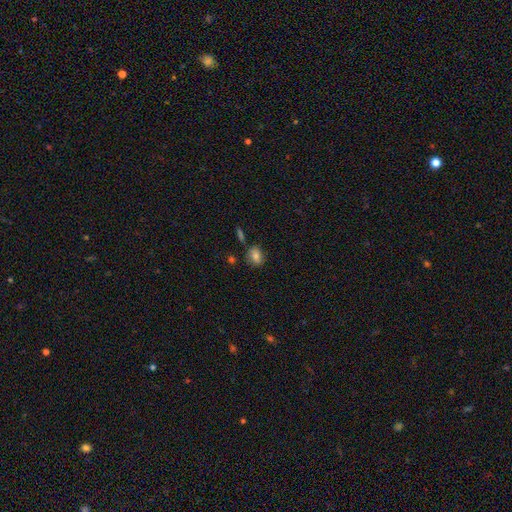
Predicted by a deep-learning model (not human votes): smooth_or_featured: smooth (p=0.77) [alt: featured or disk p=0.12]
how_rounded: in between (p=0.54) [alt: round p=0.44]
merging: none (p=0.74) [alt: minor disturbance p=0.17]